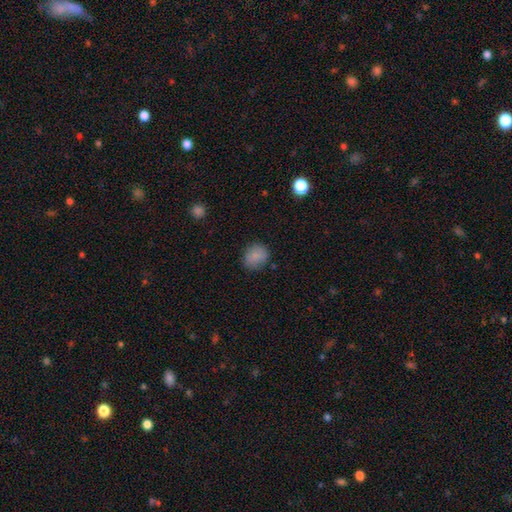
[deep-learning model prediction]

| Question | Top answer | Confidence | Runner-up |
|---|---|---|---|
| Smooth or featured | smooth | 85% | star or artifact (10%) |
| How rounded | round | 68% | in between (31%) |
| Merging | none | 80% | minor disturbance (15%) |